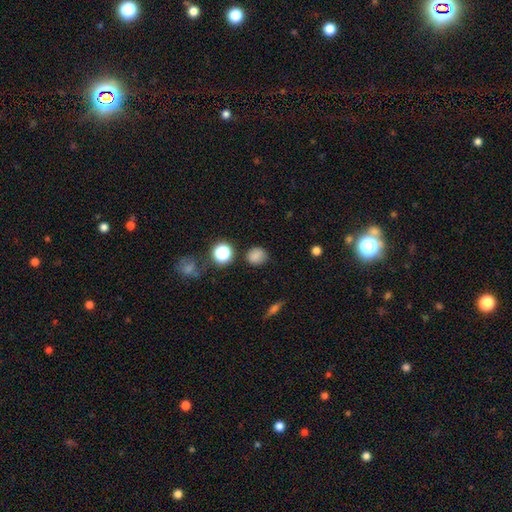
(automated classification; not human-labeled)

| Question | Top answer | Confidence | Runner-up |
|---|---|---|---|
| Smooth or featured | smooth | 80% | star or artifact (14%) |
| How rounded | round | 80% | in between (18%) |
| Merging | none | 80% | minor disturbance (13%) |